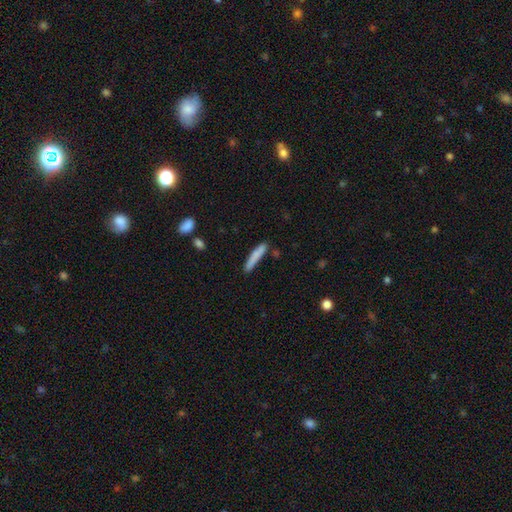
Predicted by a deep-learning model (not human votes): Overall: smooth (80%). How rounded: cigar-shaped (92%). Merging: none (77%).